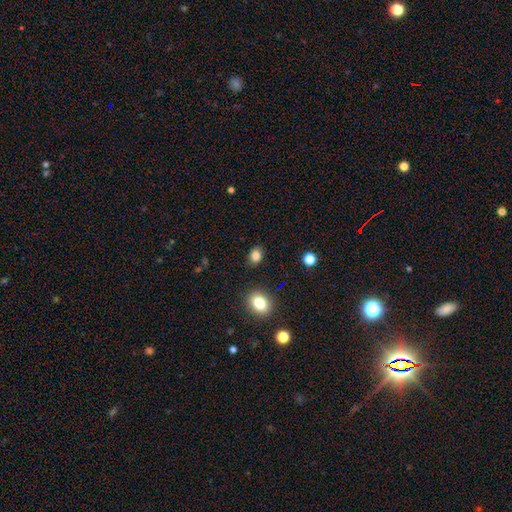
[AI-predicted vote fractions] A smooth galaxy with no disk features (83%) that is in between round and cigar-shaped (64%).

Vote fractions:
- Smooth or featured? smooth: 83% / star or artifact: 12% / featured or disk: 4%
- How rounded? in between: 64% / round: 35% / cigar-shaped: 1%
- Merging? none: 85% / minor disturbance: 10% / major disturbance: 3% / merger: 2%